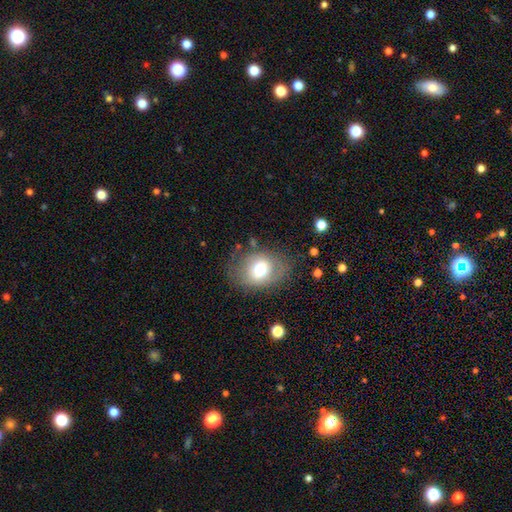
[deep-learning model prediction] Smooth or featured? smooth (61%)
How rounded? in between (58%)
Merging? none (70%)